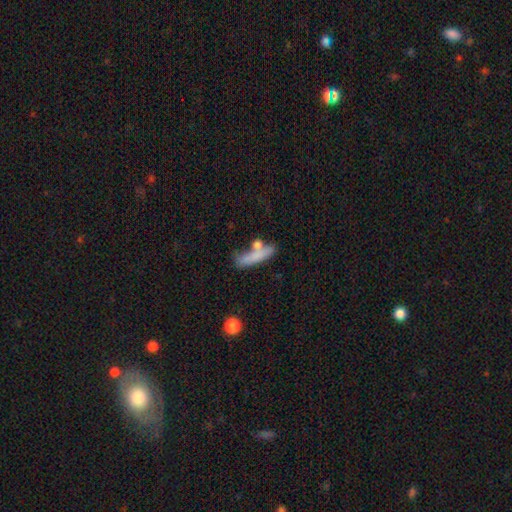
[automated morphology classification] Smooth or featured? Predicted: smooth (p=0.71). How rounded? Predicted: cigar-shaped (p=0.77). Merging? Predicted: none (p=0.49).